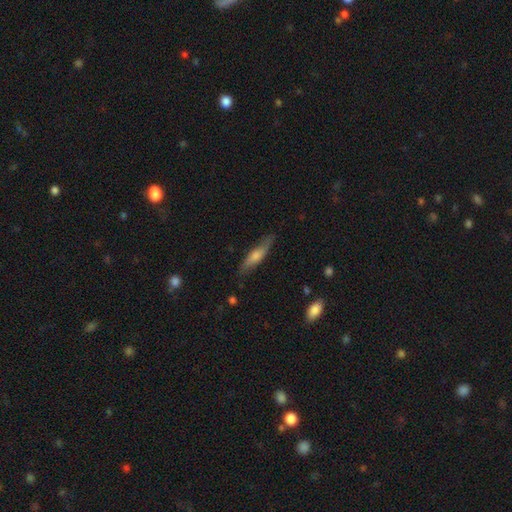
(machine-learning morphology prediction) Smooth or featured: smooth — 52% (featured or disk — 42%)
How rounded: cigar-shaped — 81% (in between — 17%)
Merging: none — 81% (minor disturbance — 15%)